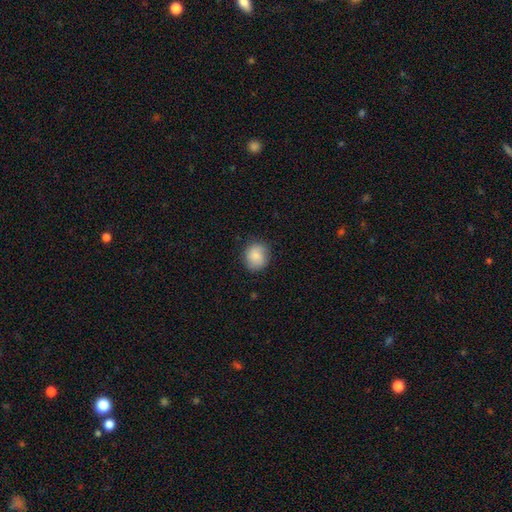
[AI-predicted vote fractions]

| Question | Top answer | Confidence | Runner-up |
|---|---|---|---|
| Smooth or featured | smooth | 84% | featured or disk (9%) |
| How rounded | round | 77% | in between (22%) |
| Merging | none | 82% | minor disturbance (14%) |